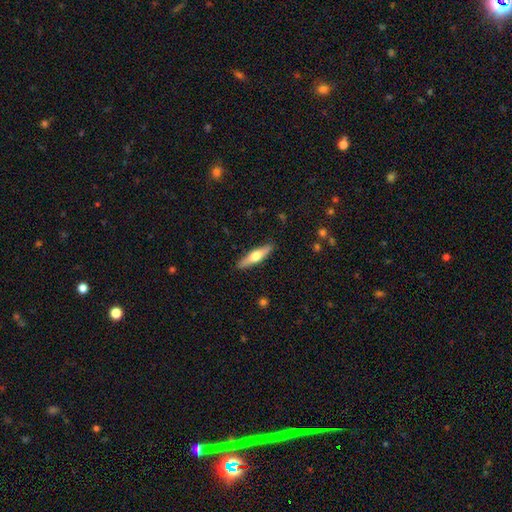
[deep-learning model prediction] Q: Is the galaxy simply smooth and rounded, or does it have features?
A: featured or disk — 49%.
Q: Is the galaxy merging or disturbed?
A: none — 90%.